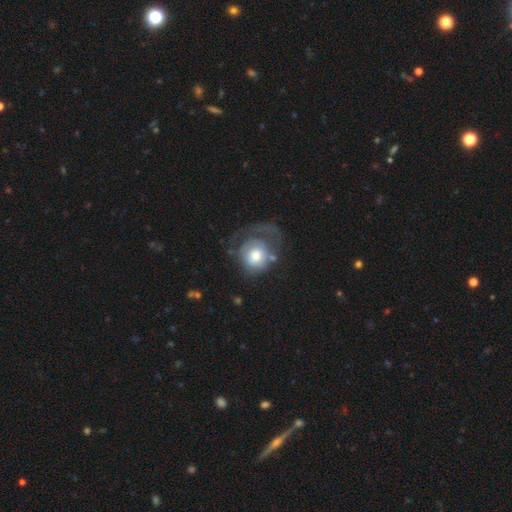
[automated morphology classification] smooth_or_featured: smooth (p=0.54) [alt: featured or disk p=0.38]
how_rounded: round (p=0.75) [alt: in between p=0.24]
merging: major disturbance (p=0.43) [alt: none p=0.32]